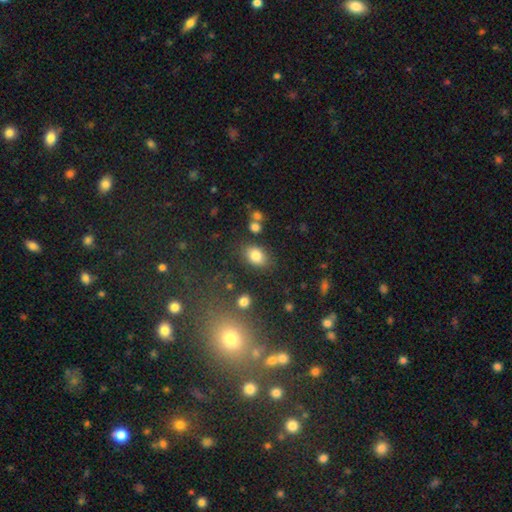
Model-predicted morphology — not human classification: Smooth or featured? Predicted: smooth (p=0.82). How rounded? Predicted: in between (p=0.76). Merging? Predicted: none (p=0.77).